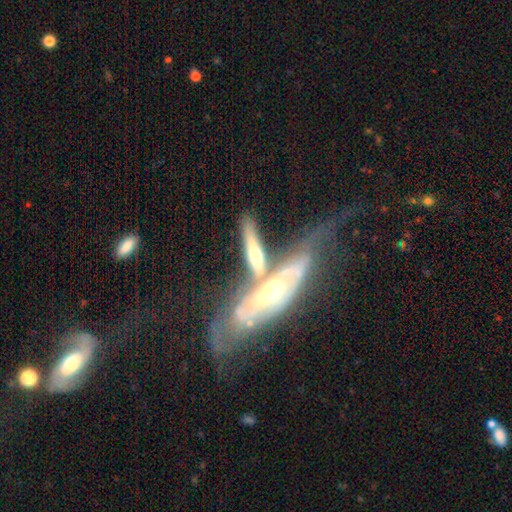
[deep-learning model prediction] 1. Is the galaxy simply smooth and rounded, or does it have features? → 66% featured or disk, 28% smooth, 6% star or artifact.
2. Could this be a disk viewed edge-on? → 66% yes, 34% no.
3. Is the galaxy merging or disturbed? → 44% merger, 33% none, 15% minor disturbance, 8% major disturbance.